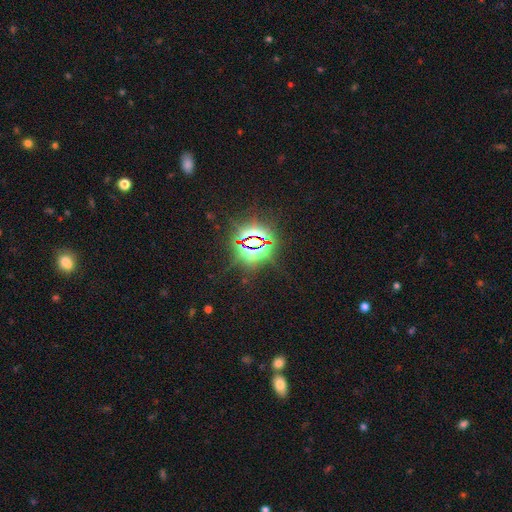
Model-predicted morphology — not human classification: Smooth or featured? star or artifact (83%)